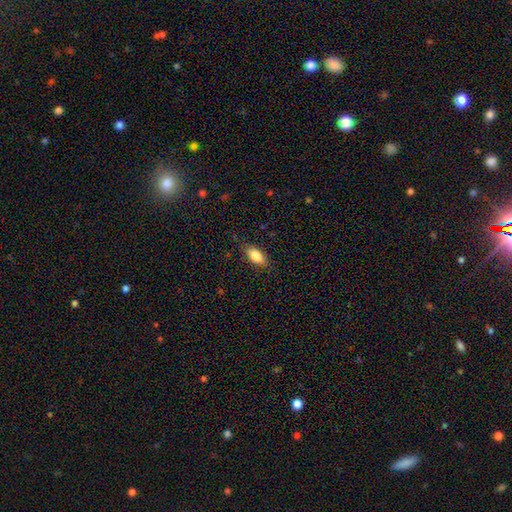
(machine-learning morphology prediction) smooth-or-featured: smooth: 84% | featured or disk: 8% | star or artifact: 7%
  how-rounded: in between: 89% | cigar-shaped: 8% | round: 3%
  merging: none: 82% | minor disturbance: 14% | major disturbance: 3% | merger: 1%